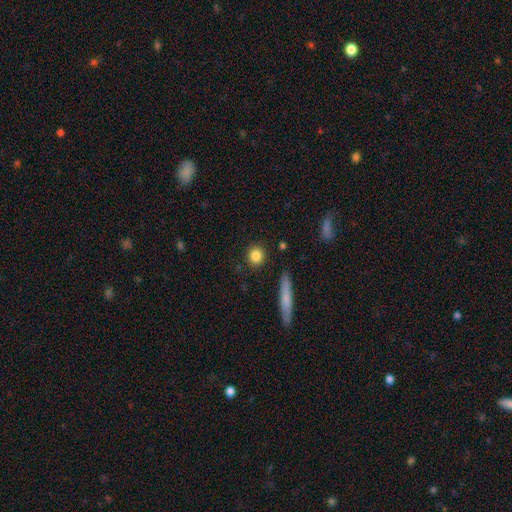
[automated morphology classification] This is clearly a smooth galaxy (83%). How rounded: clearly round (86%). Merging: clearly none (89%).